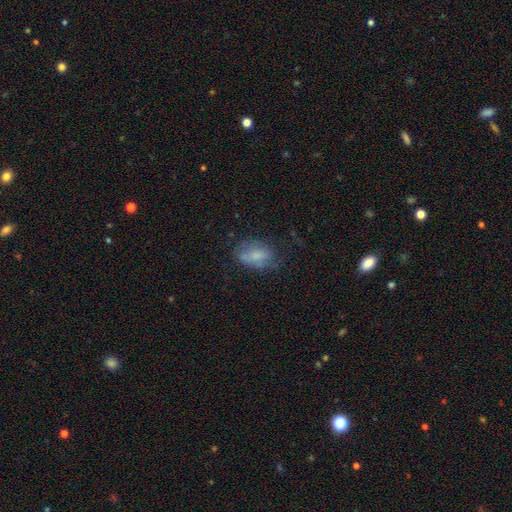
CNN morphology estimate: A smooth galaxy with no disk features (65%) that is in between round and cigar-shaped (83%). Merging: none (53%).